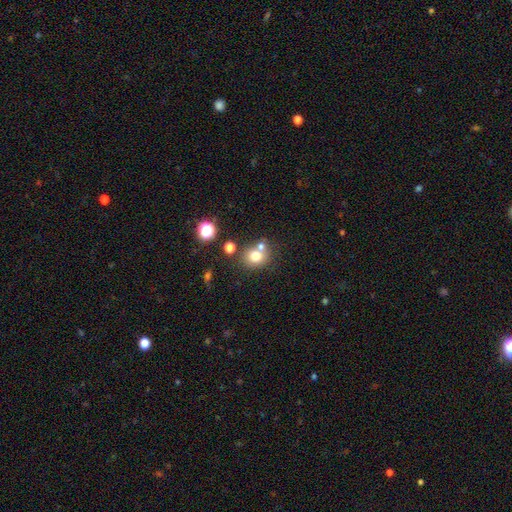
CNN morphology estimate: smooth_or_featured: smooth (p=0.74) [alt: star or artifact p=0.14]
how_rounded: round (p=0.78) [alt: in between p=0.22]
merging: none (p=0.57) [alt: merger p=0.29]